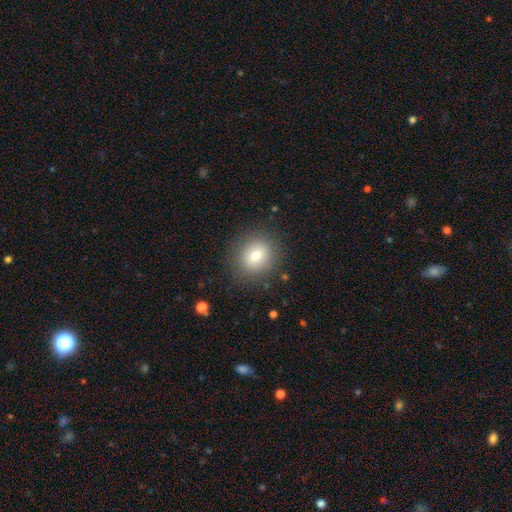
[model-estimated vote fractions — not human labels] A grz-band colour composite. It shows a smooth galaxy with no disk features (77%) that is round (73%). Merging: none (87%).